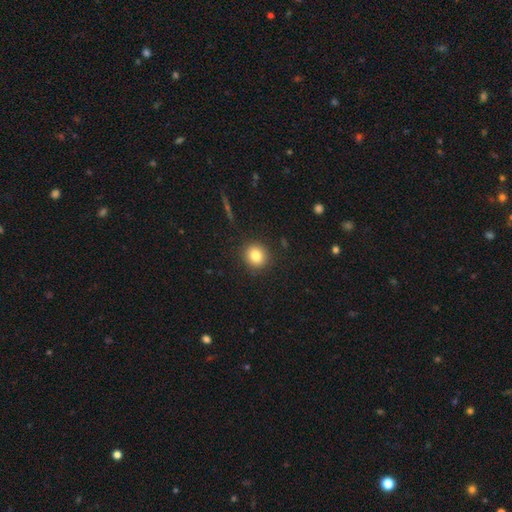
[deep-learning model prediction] Smooth or featured? Predicted: smooth (p=0.82). How rounded? Predicted: round (p=0.85). Merging? Predicted: none (p=0.89).